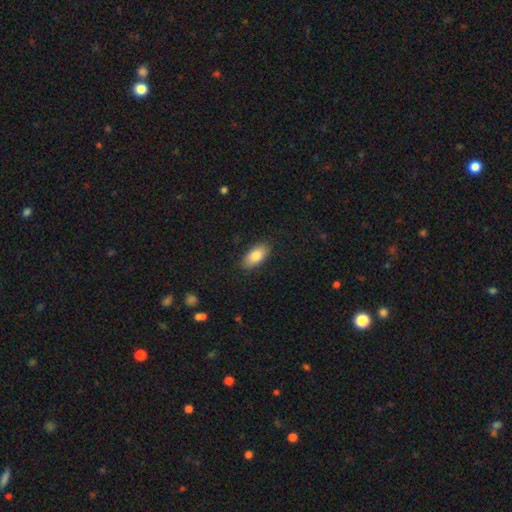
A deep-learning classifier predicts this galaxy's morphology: This appears to be a smooth galaxy with no disk features (83%) that is in between round and cigar-shaped (91%). Merging: none (87%).